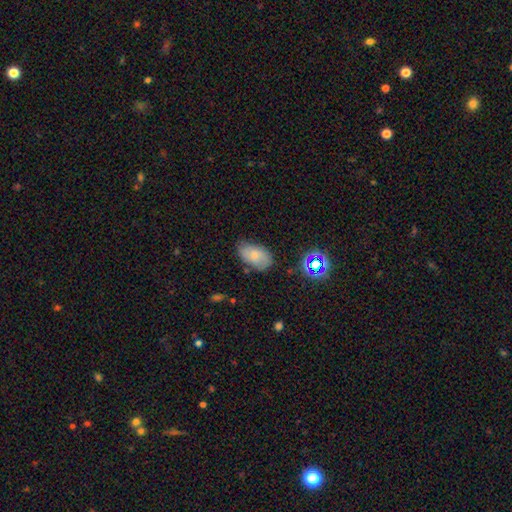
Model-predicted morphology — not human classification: This is likely a smooth galaxy (66%). How rounded: clearly in between (92%). Merging: likely none (70%).